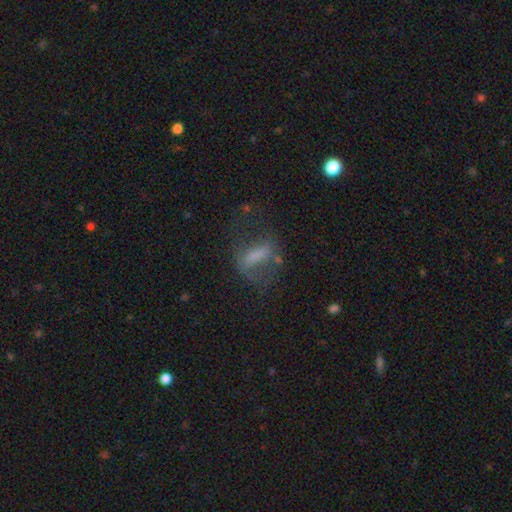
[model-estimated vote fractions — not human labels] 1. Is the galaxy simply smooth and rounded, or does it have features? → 45% featured or disk, 41% smooth, 14% star or artifact.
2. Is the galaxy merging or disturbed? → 40% none, 36% major disturbance, 20% minor disturbance, 4% merger.